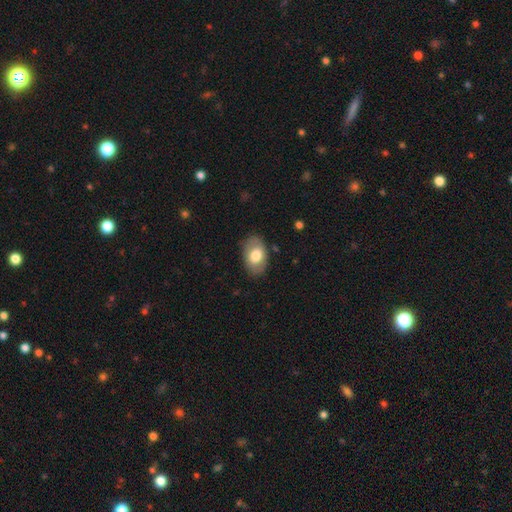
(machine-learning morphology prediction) A smooth galaxy with no disk features (71%) that is in between round and cigar-shaped (89%). Merging: none (83%).